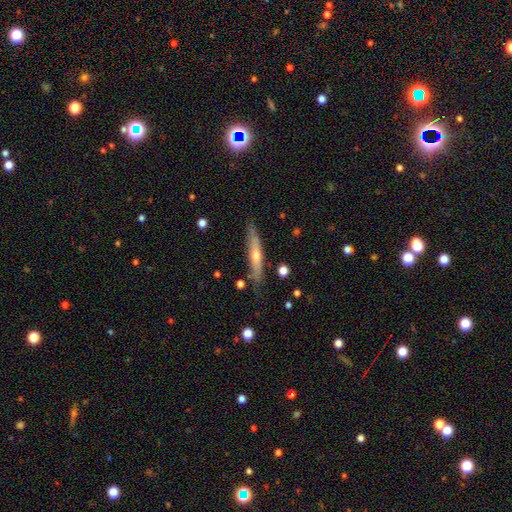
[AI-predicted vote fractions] The model was most divided on "smooth or featured": featured or disk: 59%, smooth: 34%, star or artifact: 7%. More confident: edge-on disk — yes (90%); merging — none (82%); edge-on bulge — rounded (81%).